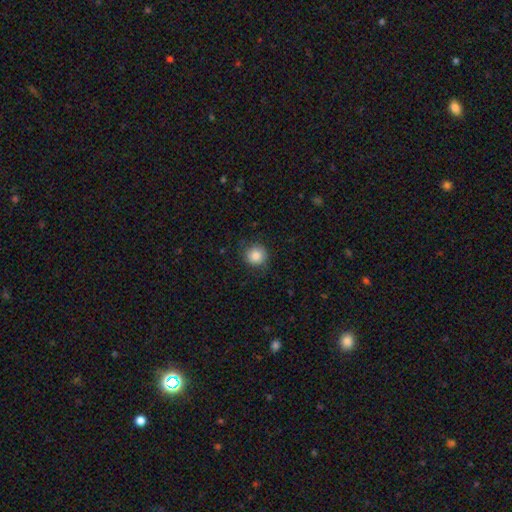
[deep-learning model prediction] smooth 85%, star or artifact 8%, featured or disk 7%. Down the decision tree: how rounded — round (91%); merging — none (78%).